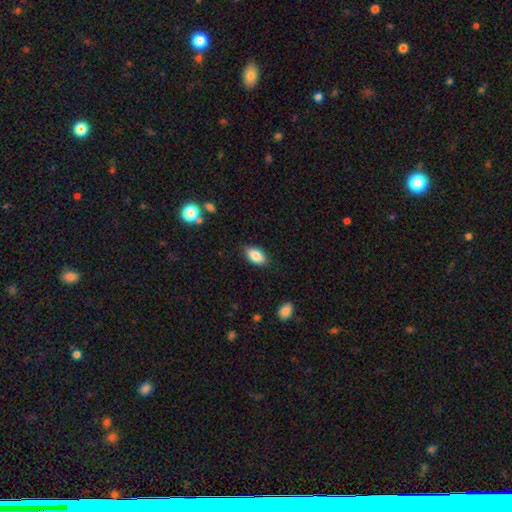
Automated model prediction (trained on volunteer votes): This appears to be a smooth galaxy with no disk features (85%) that is in between round and cigar-shaped (93%). Merging: none (86%).